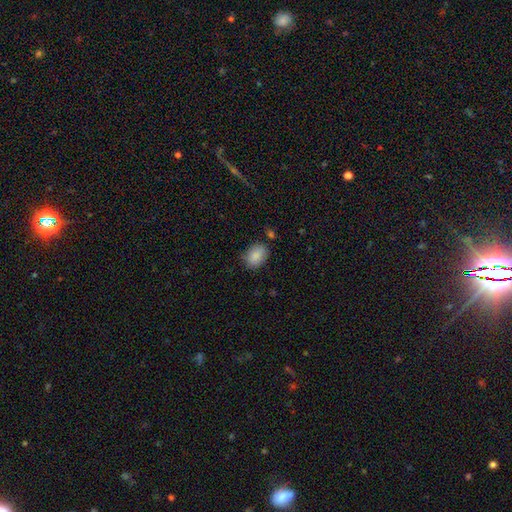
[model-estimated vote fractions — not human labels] Smooth or featured? Predicted: smooth (p=0.87). How rounded? Predicted: in between (p=0.78). Merging? Predicted: none (p=0.75).